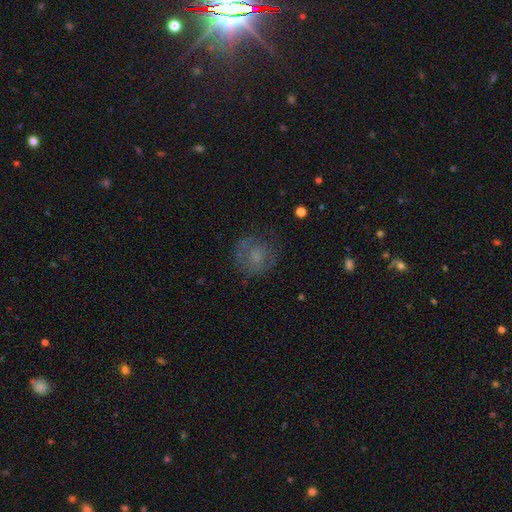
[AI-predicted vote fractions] This appears to be a smooth galaxy with no disk features (56%) that is round (85%). Merging: none (70%).